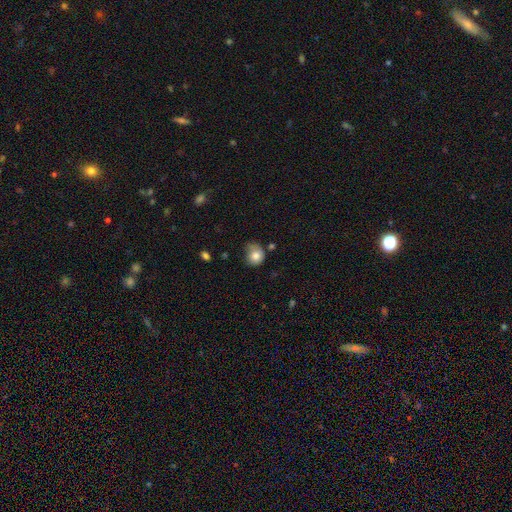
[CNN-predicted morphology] smooth-or-featured: smooth: 79% | featured or disk: 12% | star or artifact: 9%
  how-rounded: round: 76% | in between: 24% | cigar-shaped: 1%
  merging: none: 47% | minor disturbance: 37% | major disturbance: 12% | merger: 4%